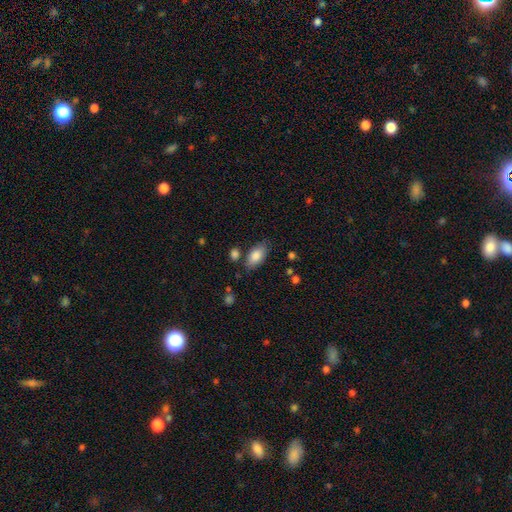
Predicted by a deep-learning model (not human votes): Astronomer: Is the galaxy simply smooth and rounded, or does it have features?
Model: smooth — 85%.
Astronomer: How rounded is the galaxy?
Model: in between — 92%.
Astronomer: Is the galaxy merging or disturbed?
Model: none — 76%.